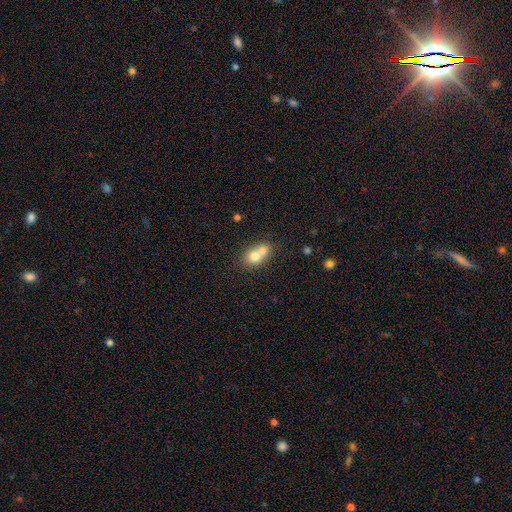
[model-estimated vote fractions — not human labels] smooth_or_featured: smooth (p=0.72) [alt: featured or disk p=0.19]
how_rounded: round (p=0.58) [alt: in between p=0.41]
merging: merger (p=0.66) [alt: none p=0.25]